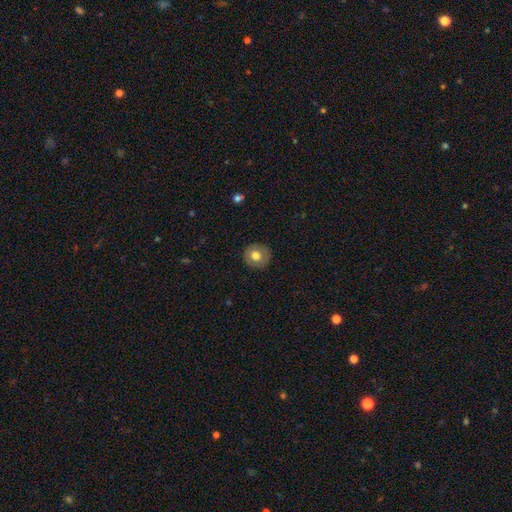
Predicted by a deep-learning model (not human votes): Overall: smooth (68%). How rounded: round (89%). Merging: none (86%).